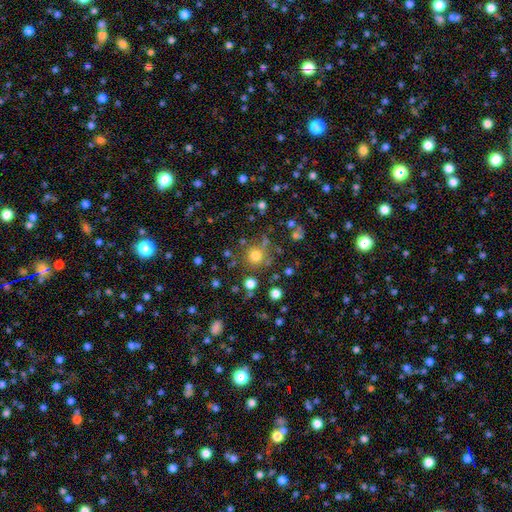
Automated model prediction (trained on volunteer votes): Smooth or featured?
  - smooth: 75% *
  - star or artifact: 17%
  - featured or disk: 8%
How rounded?
  - round: 93% *
  - in between: 6%
  - cigar-shaped: 1%
Merging?
  - none: 76% *
  - minor disturbance: 10%
  - merger: 9%
  - major disturbance: 5%